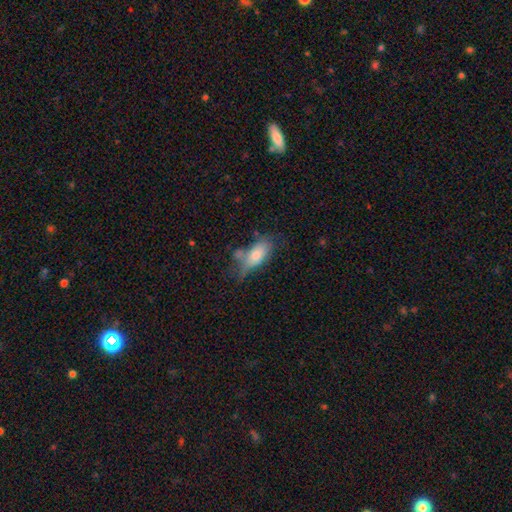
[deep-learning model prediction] Smooth or featured? smooth (73%)
How rounded? in between (81%)
Merging? none (43%)